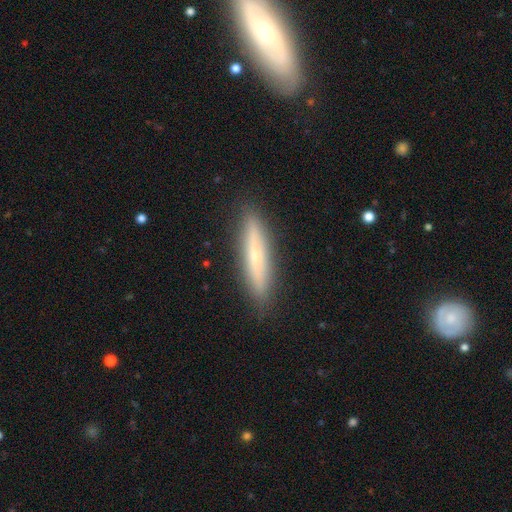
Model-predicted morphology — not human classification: This is possibly a smooth galaxy (49%). Merging: clearly none (90%).